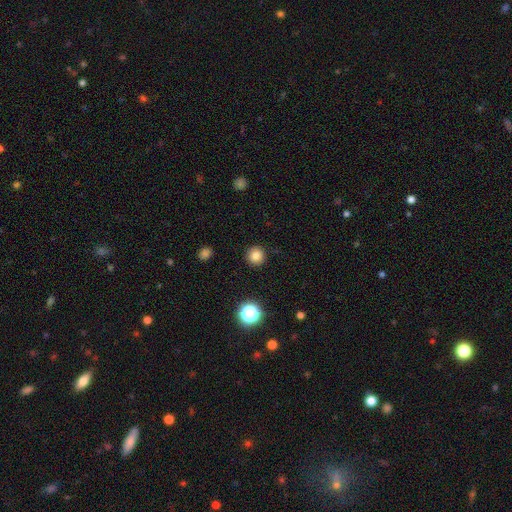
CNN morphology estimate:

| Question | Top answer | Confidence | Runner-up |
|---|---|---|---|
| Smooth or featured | smooth | 82% | star or artifact (13%) |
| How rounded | round | 94% | in between (5%) |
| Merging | none | 91% | minor disturbance (5%) |